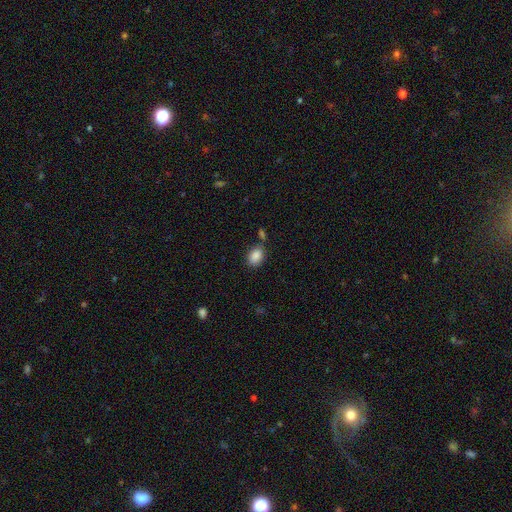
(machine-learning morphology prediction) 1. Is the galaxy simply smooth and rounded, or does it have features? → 88% smooth, 8% star or artifact, 4% featured or disk.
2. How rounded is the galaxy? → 80% in between, 19% round, 1% cigar-shaped.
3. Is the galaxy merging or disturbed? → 70% none, 15% minor disturbance, 11% merger, 4% major disturbance.